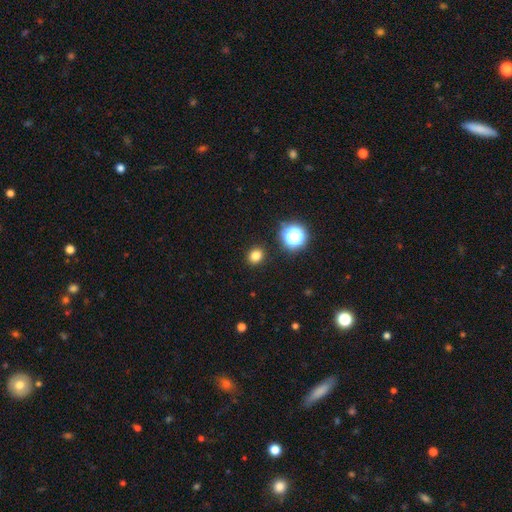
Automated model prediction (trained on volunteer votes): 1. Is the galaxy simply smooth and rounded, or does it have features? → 79% smooth, 16% star or artifact, 5% featured or disk.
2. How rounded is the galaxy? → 70% round, 29% in between, 1% cigar-shaped.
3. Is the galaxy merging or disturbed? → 90% none, 6% minor disturbance, 2% major disturbance, 2% merger.